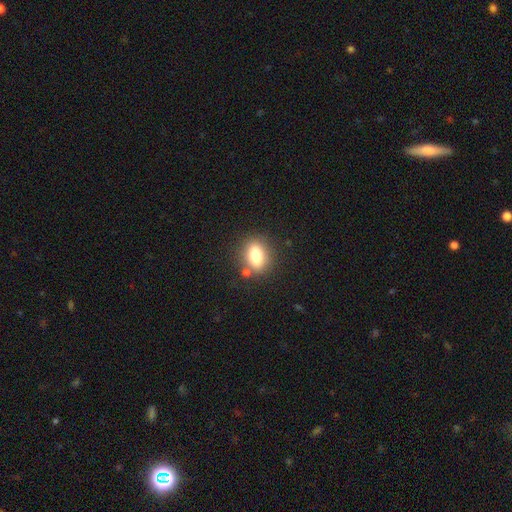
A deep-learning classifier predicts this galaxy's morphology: A smooth galaxy with no disk features (81%) that is in between round and cigar-shaped (76%). Merging: none (78%).